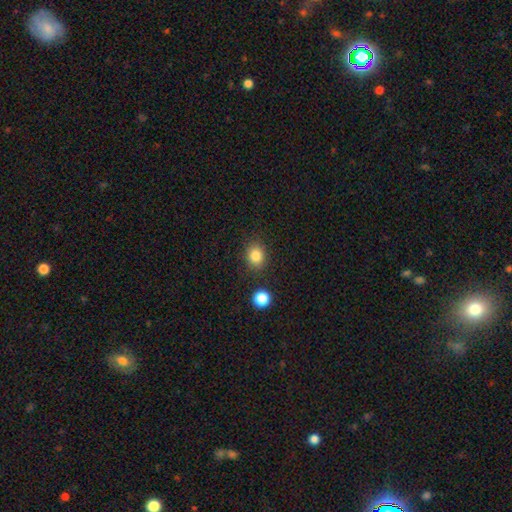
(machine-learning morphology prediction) Smooth or featured? smooth (84%)
How rounded? round (63%)
Merging? none (84%)